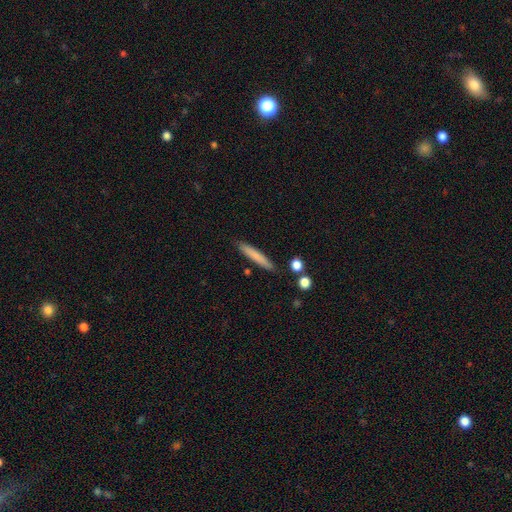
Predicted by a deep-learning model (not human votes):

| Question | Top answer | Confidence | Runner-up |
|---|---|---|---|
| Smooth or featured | smooth | 76% | featured or disk (17%) |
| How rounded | cigar-shaped | 93% | in between (5%) |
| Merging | none | 86% | minor disturbance (9%) |